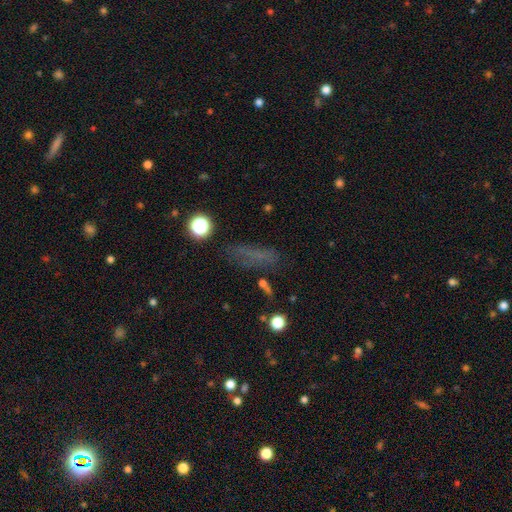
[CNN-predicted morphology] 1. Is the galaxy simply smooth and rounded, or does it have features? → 53% smooth, 27% star or artifact, 20% featured or disk.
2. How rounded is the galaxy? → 55% cigar-shaped, 35% in between, 10% round.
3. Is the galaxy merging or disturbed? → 66% none, 19% minor disturbance, 11% major disturbance, 5% merger.